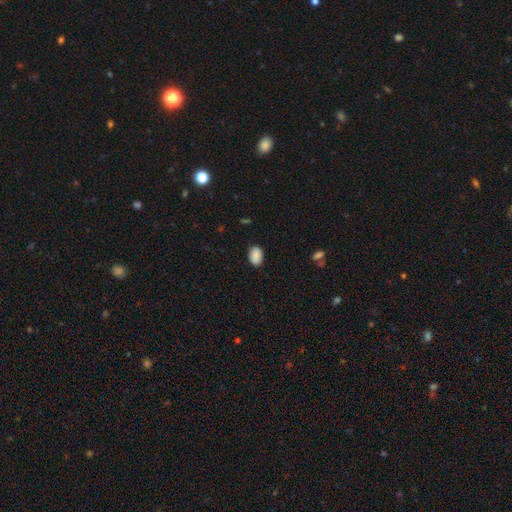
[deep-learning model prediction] Overall: smooth (88%). How rounded: in between (87%). Merging: none (84%).